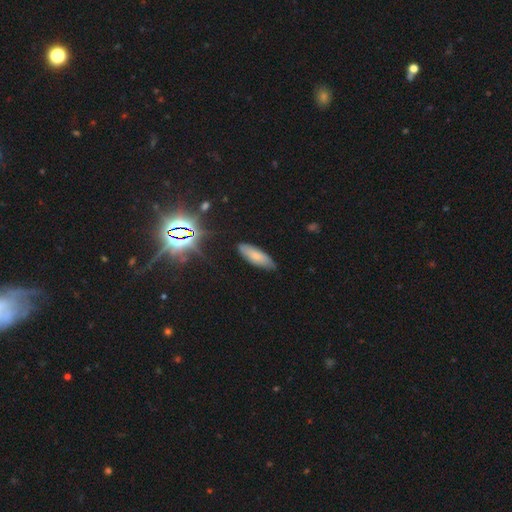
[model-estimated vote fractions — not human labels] A smooth galaxy with no disk features (71%) that is in between round and cigar-shaped (62%).

Vote fractions:
- Smooth or featured? smooth: 71% / featured or disk: 18% / star or artifact: 11%
- How rounded? in between: 62% / cigar-shaped: 36% / round: 2%
- Merging? none: 83% / minor disturbance: 14% / major disturbance: 2% / merger: 1%